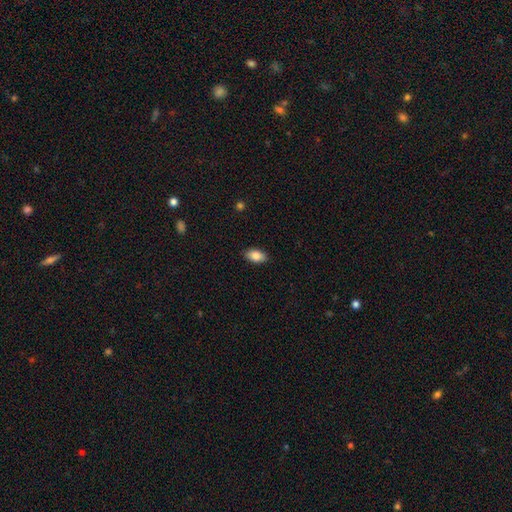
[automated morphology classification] smooth-or-featured: smooth: 85% | featured or disk: 7% | star or artifact: 7%
  how-rounded: in between: 92% | round: 5% | cigar-shaped: 2%
  merging: none: 88% | minor disturbance: 9% | major disturbance: 2% | merger: 1%